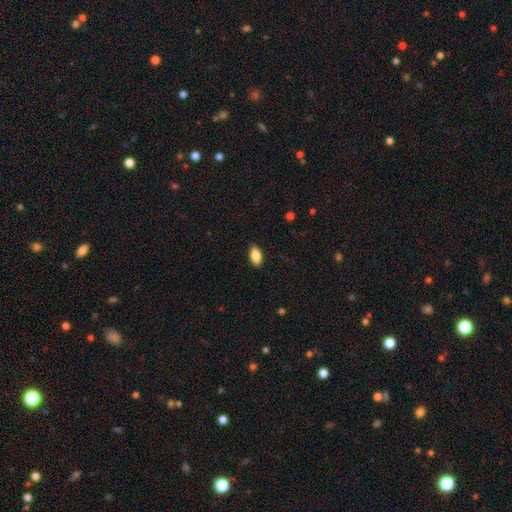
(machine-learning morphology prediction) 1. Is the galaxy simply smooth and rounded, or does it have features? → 85% smooth, 8% featured or disk, 7% star or artifact.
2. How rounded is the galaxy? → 92% in between, 4% cigar-shaped, 4% round.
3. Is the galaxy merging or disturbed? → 88% none, 9% minor disturbance, 2% major disturbance, 1% merger.